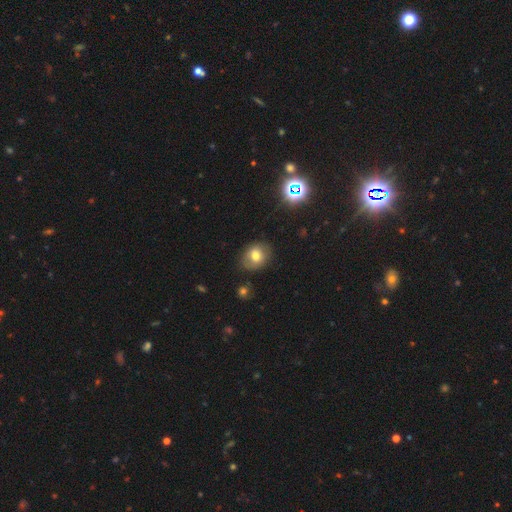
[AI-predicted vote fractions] smooth-or-featured: smooth: 70% | featured or disk: 18% | star or artifact: 12%
  how-rounded: round: 55% | in between: 44% | cigar-shaped: 1%
  merging: none: 78% | minor disturbance: 16% | major disturbance: 4% | merger: 2%